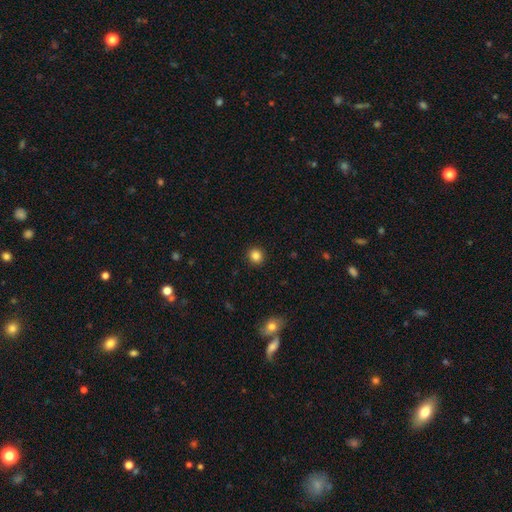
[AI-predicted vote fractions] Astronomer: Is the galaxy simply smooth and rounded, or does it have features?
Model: smooth — 84%.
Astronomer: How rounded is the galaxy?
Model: round — 89%.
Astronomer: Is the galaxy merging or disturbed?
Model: none — 92%.